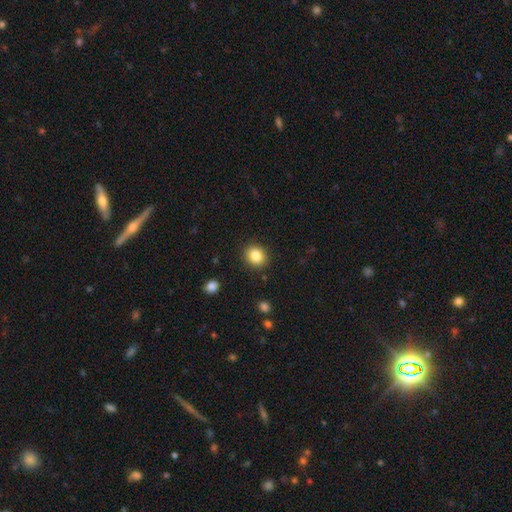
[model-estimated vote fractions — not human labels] Overall: smooth (85%). How rounded: round (74%). Merging: none (90%).